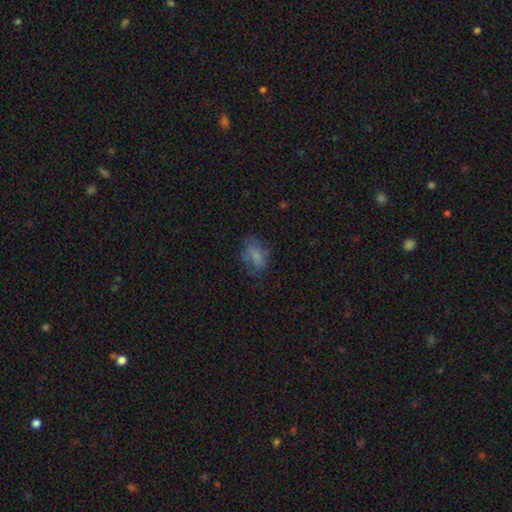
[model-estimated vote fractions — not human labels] Smooth or featured? smooth (62%)
How rounded? in between (77%)
Merging? none (54%)